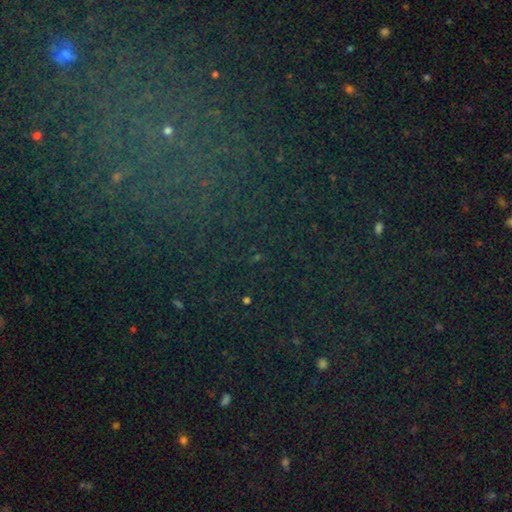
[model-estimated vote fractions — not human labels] A star or artifact, not a galaxy (76%).